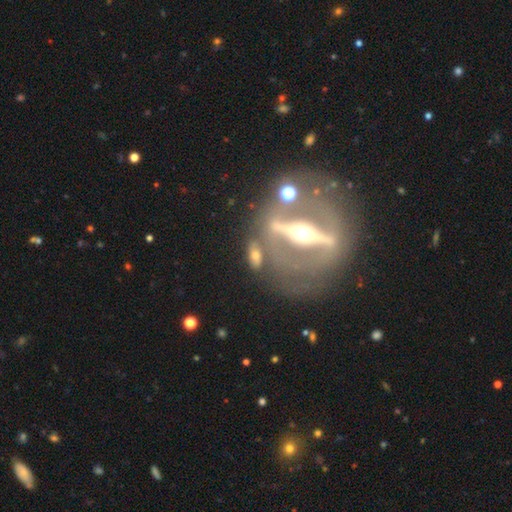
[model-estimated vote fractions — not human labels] Q: Smooth or featured?
A: featured or disk (47%); runner-up: smooth (42%)
Q: Merging?
A: none (62%); runner-up: merger (15%)